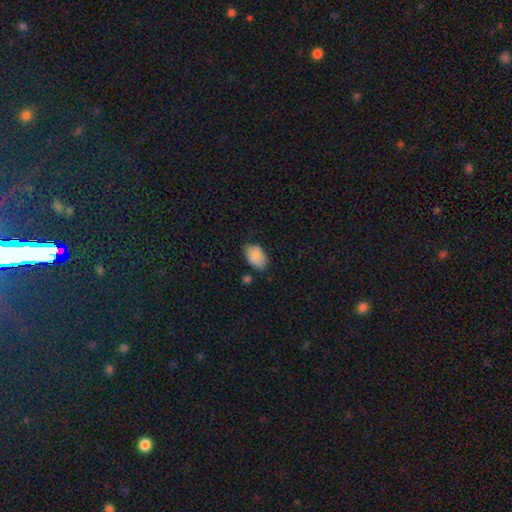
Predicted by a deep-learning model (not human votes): Smooth or featured?
  - smooth: 86% *
  - star or artifact: 7%
  - featured or disk: 7%
How rounded?
  - in between: 90% *
  - round: 9%
  - cigar-shaped: 1%
Merging?
  - none: 67% *
  - minor disturbance: 25%
  - major disturbance: 5%
  - merger: 3%